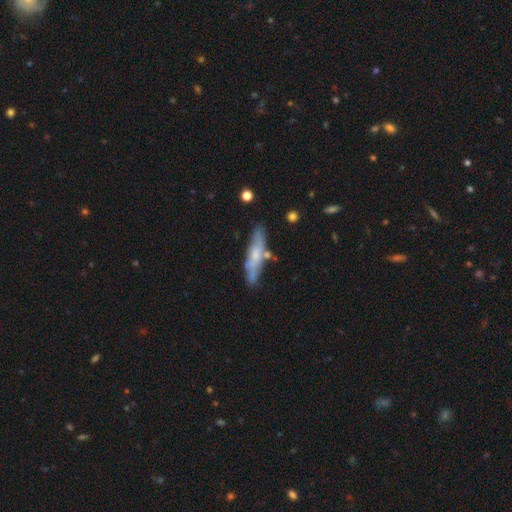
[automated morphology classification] Q: Smooth or featured?
A: smooth (49%); runner-up: featured or disk (45%)
Q: Merging?
A: none (69%); runner-up: minor disturbance (19%)